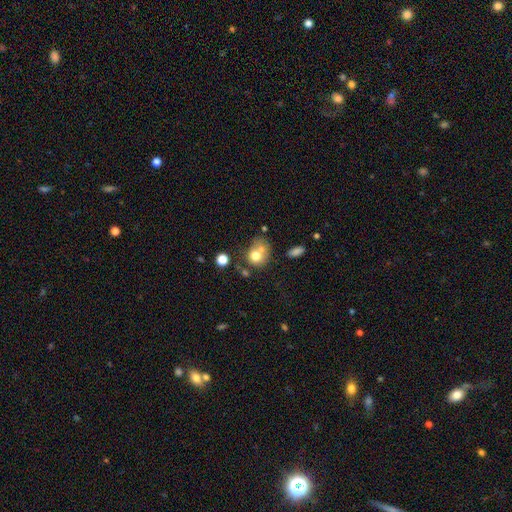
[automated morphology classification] A smooth galaxy with no disk features (72%) that is round (64%).

Vote fractions:
- Smooth or featured? smooth: 72% / featured or disk: 17% / star or artifact: 11%
- How rounded? round: 64% / in between: 35% / cigar-shaped: 1%
- Merging? merger: 35% / none: 34% / minor disturbance: 18% / major disturbance: 13%